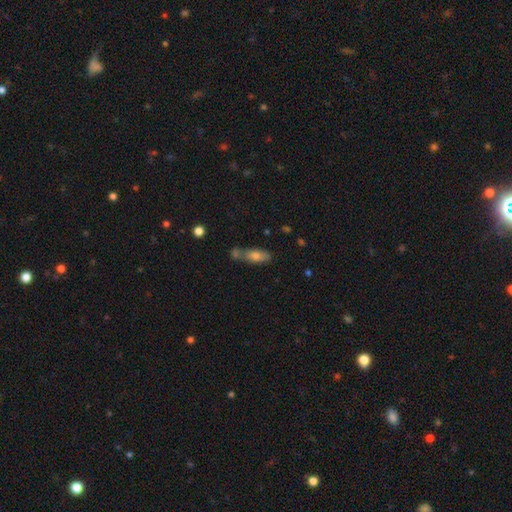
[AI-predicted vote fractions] This is likely a smooth galaxy (72%). How rounded: likely in between (71%). Merging: possibly none (47%).